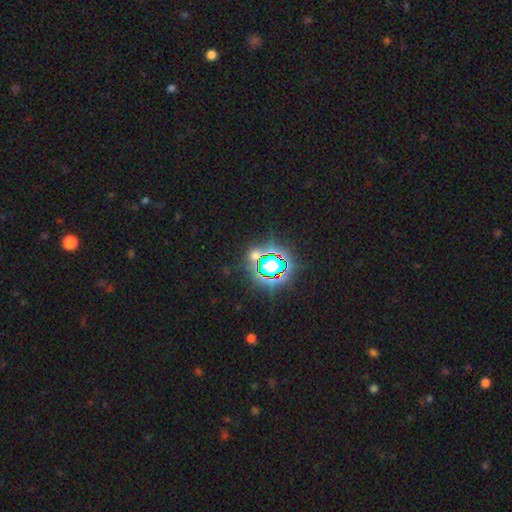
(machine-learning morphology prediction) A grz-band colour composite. It shows a star or artifact, not a galaxy (70%).